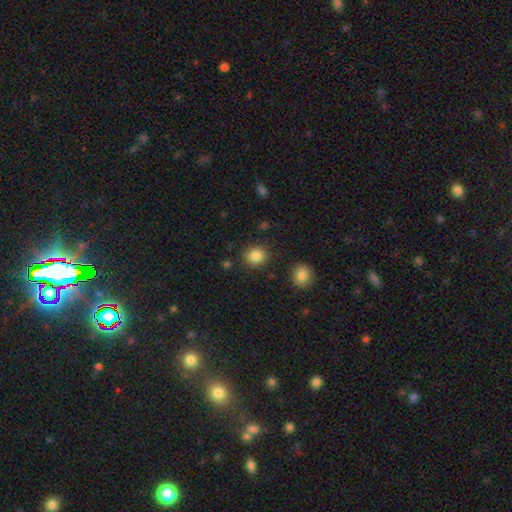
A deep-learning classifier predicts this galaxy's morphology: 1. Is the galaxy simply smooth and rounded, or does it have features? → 86% smooth, 10% star or artifact, 5% featured or disk.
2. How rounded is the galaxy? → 74% round, 25% in between, 1% cigar-shaped.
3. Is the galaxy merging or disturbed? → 85% none, 9% minor disturbance, 3% merger, 3% major disturbance.